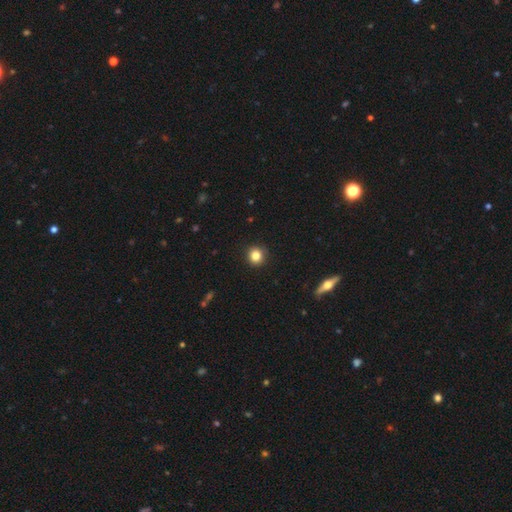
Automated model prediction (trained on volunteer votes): Morphology: type=smooth (84%); roundness=round (90%); merging=none (92%).